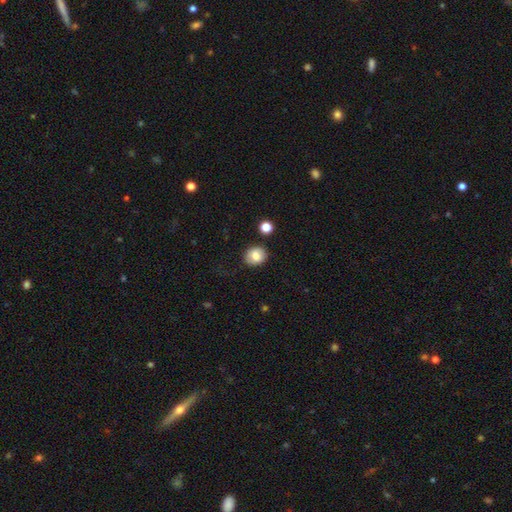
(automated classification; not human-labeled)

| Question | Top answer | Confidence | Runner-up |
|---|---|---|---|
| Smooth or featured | smooth | 81% | featured or disk (10%) |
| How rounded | round | 68% | in between (31%) |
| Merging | none | 84% | minor disturbance (10%) |